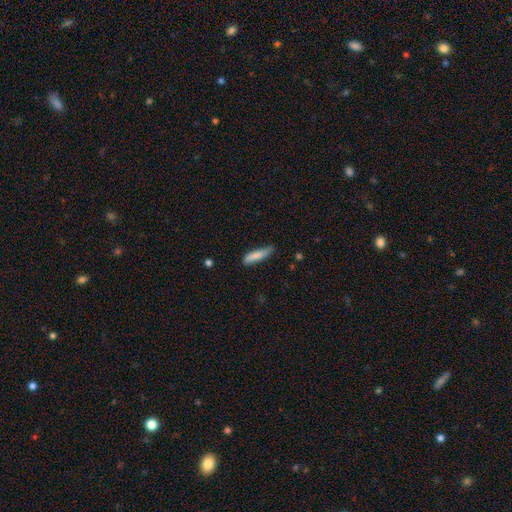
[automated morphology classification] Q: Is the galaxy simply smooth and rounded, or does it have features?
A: smooth — 83%.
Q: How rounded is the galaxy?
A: cigar-shaped — 79%.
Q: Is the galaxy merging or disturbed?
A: none — 65%.